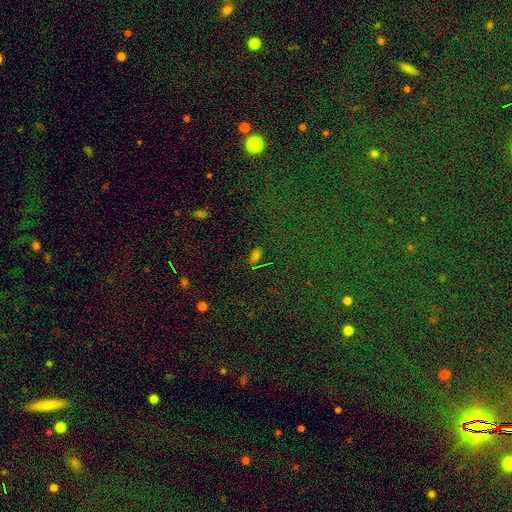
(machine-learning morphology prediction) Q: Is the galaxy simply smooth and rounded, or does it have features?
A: smooth — 53%.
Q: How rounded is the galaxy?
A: in between — 85%.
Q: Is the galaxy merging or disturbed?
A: none — 79%.